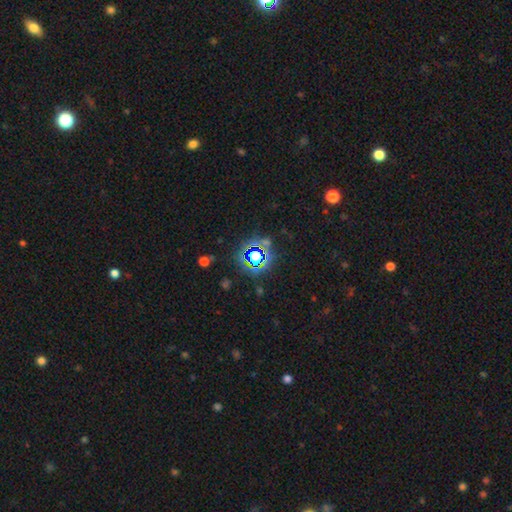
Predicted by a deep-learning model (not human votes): A star or artifact, not a galaxy (67%).